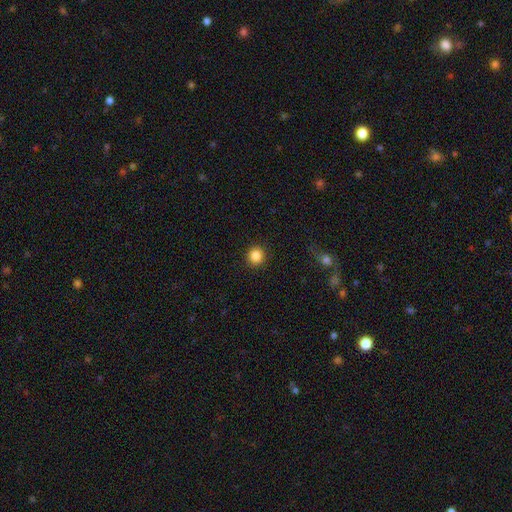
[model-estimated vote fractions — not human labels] Morphology: type=smooth (86%); roundness=round (92%); merging=none (91%).